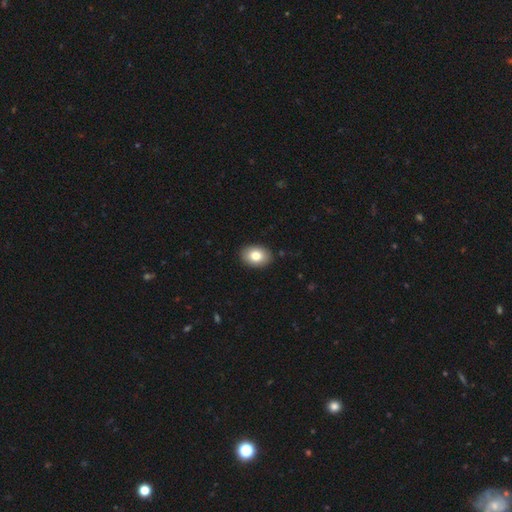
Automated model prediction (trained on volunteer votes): Smooth or featured: smooth — 81% (featured or disk — 11%)
How rounded: in between — 78% (round — 21%)
Merging: none — 90% (minor disturbance — 8%)